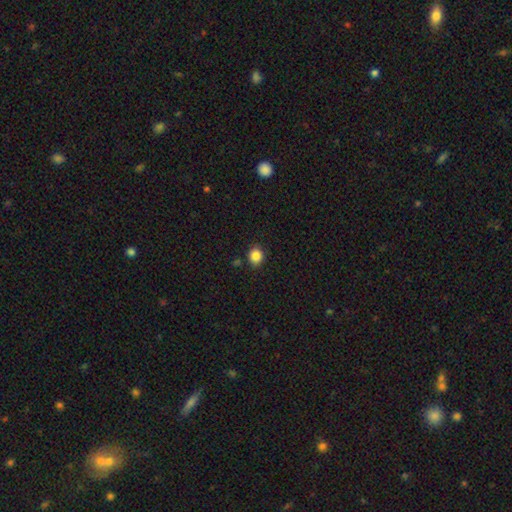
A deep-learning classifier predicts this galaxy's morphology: smooth_or_featured: smooth (p=0.86) [alt: star or artifact p=0.11]
how_rounded: round (p=0.74) [alt: in between p=0.25]
merging: none (p=0.86) [alt: minor disturbance p=0.09]